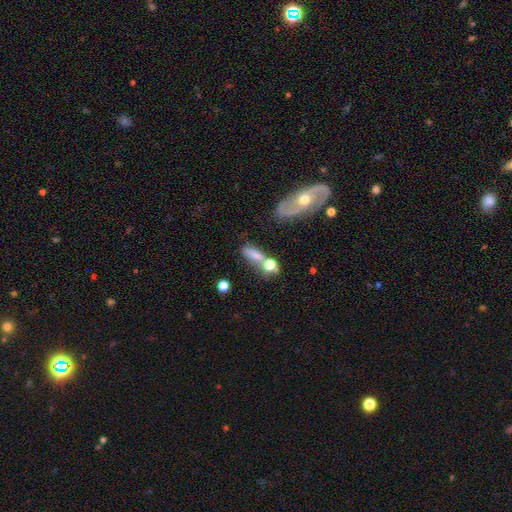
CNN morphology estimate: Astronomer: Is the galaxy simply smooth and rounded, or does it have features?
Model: smooth — 67%.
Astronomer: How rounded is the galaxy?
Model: in between — 52% (runner-up: cigar-shaped, 32%).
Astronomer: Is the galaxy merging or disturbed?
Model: none — 40% (runner-up: merger, 31%).